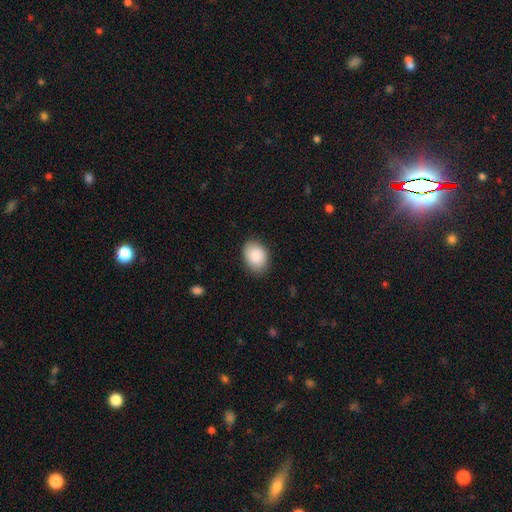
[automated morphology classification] A smooth galaxy with no disk features (88%) that is in between round and cigar-shaped (76%). Merging: none (84%).